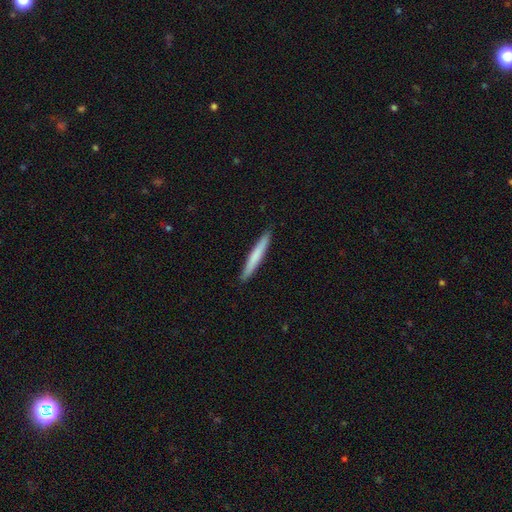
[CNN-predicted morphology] The model was most divided on "smooth or featured": smooth: 72%, featured or disk: 23%, star or artifact: 5%. More confident: how rounded — cigar-shaped (96%); merging — none (92%).